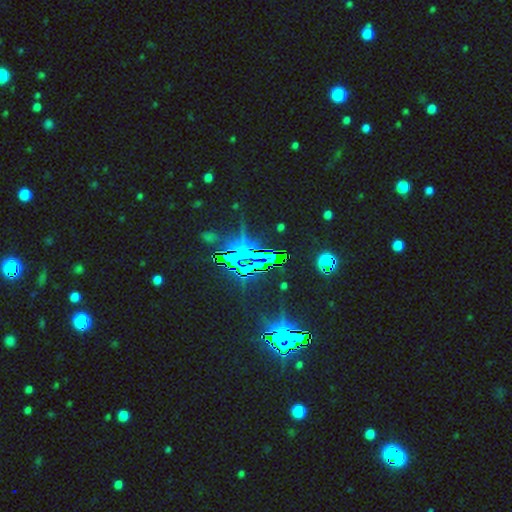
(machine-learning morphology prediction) Smooth or featured?
  - star or artifact: 82% *
  - featured or disk: 10%
  - smooth: 8%